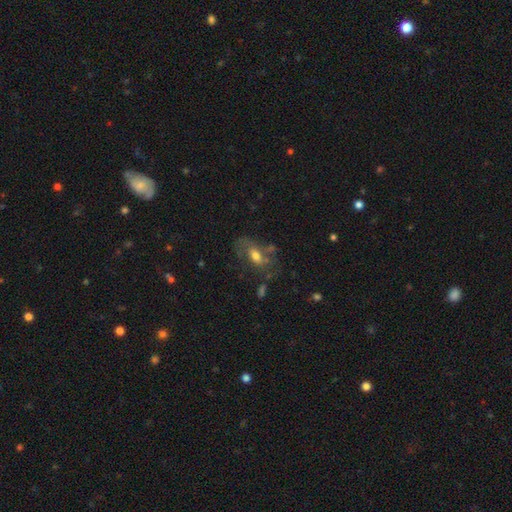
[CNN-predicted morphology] This is possibly a smooth galaxy (52%). How rounded: clearly in between (83%). Merging: marginally none (44%).